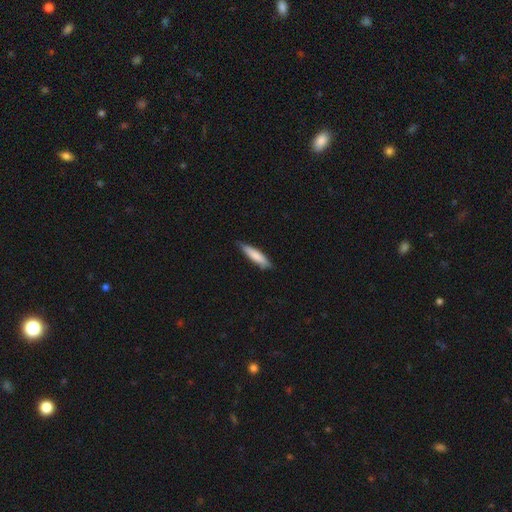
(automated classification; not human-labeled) smooth 79%, featured or disk 15%, star or artifact 5%. Down the decision tree: how rounded — cigar-shaped (80%); merging — none (79%).